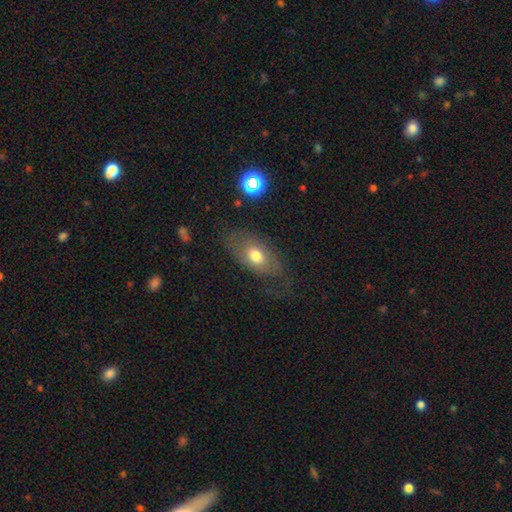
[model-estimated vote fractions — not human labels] smooth 55%, featured or disk 36%, star or artifact 10%. Down the decision tree: how rounded — in between (87%); merging — none (62%).